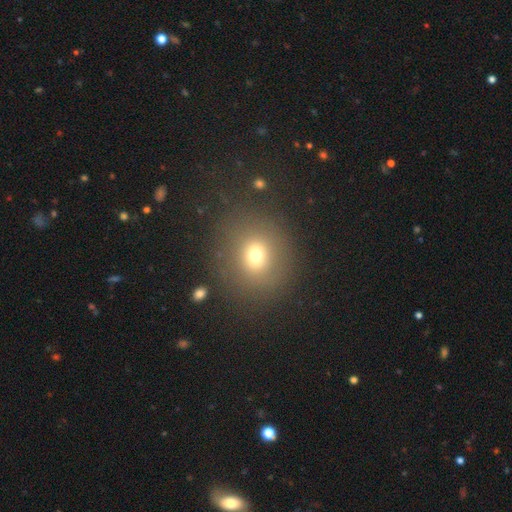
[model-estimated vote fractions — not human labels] Smooth or featured?
  - smooth: 69% *
  - star or artifact: 18%
  - featured or disk: 13%
How rounded?
  - round: 83% *
  - in between: 16%
  - cigar-shaped: 1%
Merging?
  - none: 81% *
  - minor disturbance: 10%
  - major disturbance: 6%
  - merger: 3%